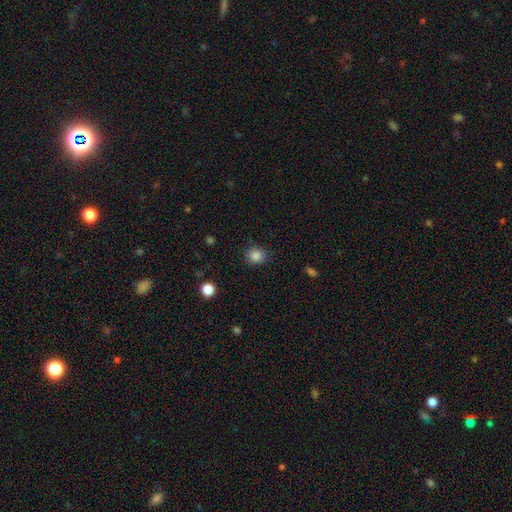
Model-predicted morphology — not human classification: type=smooth (85%); roundness=round (84%); merging=none (85%).